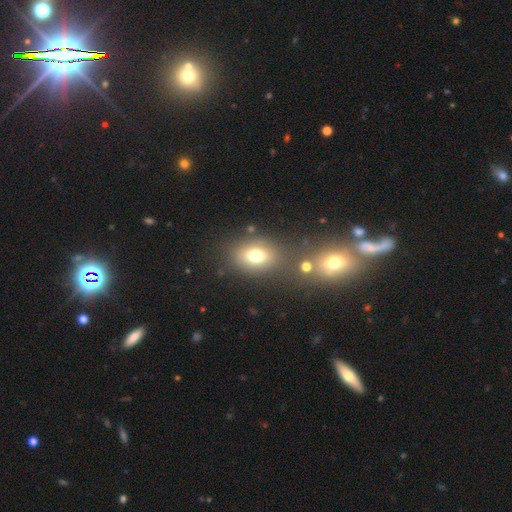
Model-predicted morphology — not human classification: This appears to be a smooth galaxy with no disk features (74%) that is in between round and cigar-shaped (73%). Merging: none (66%).